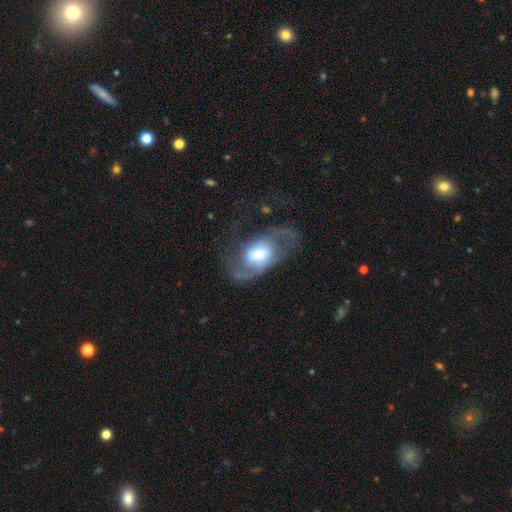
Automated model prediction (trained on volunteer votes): This appears to be a featured or disk galaxy (73%) with no bar (53%), 2 (73%) medium (46%) spiral arms (86%) and a moderate central bulge (57%). Merging: none (50%).